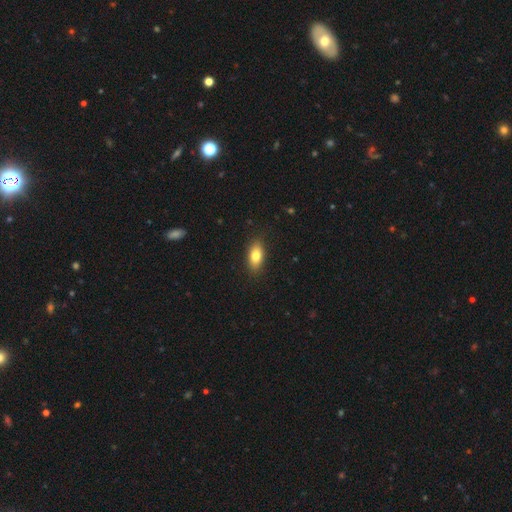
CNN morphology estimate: Overall: smooth (80%). How rounded: in between (87%). Merging: none (87%).